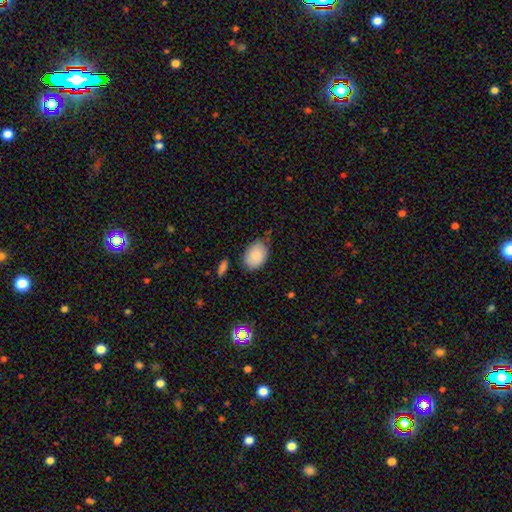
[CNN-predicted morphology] A smooth galaxy with no disk features (84%) that is in between round and cigar-shaped (80%).

Vote fractions:
- Smooth or featured? smooth: 84% / featured or disk: 9% / star or artifact: 7%
- How rounded? in between: 80% / round: 19% / cigar-shaped: 1%
- Merging? none: 66% / minor disturbance: 26% / major disturbance: 5% / merger: 4%